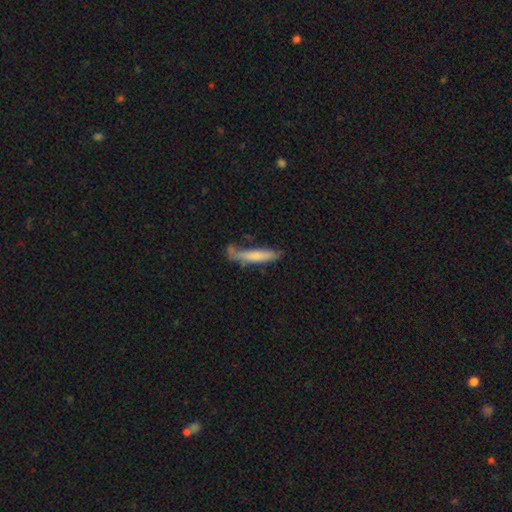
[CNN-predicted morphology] Smooth or featured? smooth (73%)
How rounded? cigar-shaped (88%)
Merging? none (60%)